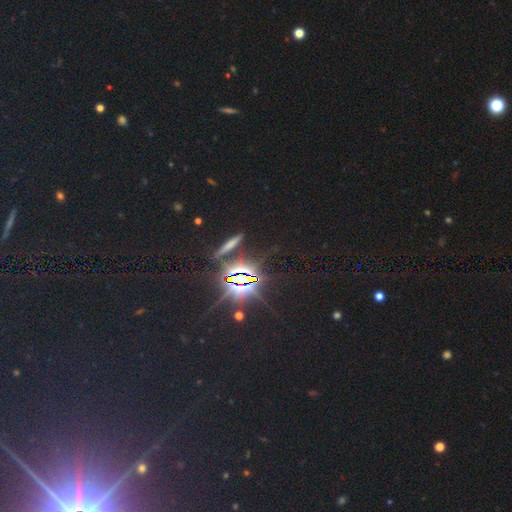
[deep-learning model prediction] A star or artifact, not a galaxy (84%).

Vote fractions:
- Smooth or featured? star or artifact: 84% / smooth: 9% / featured or disk: 7%